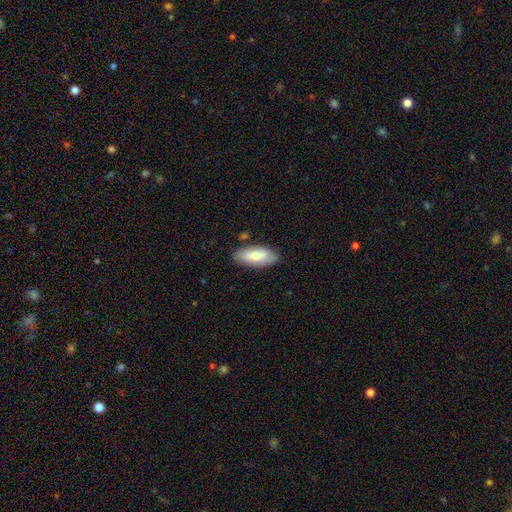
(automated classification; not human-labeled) The model was most divided on "smooth or featured": smooth: 68%, featured or disk: 25%, star or artifact: 6%. More confident: how rounded — in between (87%); merging — none (81%).